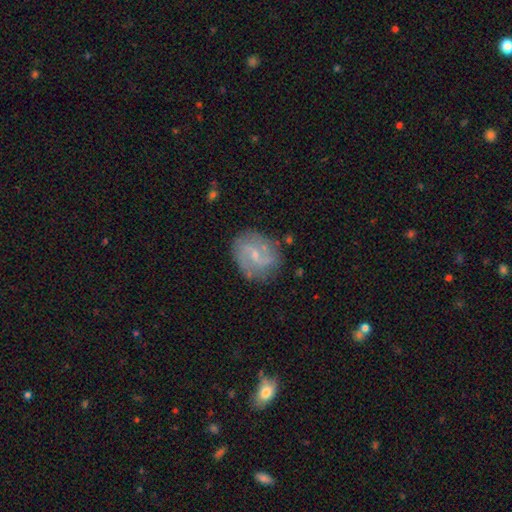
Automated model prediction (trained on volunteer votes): A featured or disk galaxy (72%) with a weak bar (54%), 2 (80%) medium (43%) spiral arms (87%) and a small central bulge (69%). Merging: none (74%).